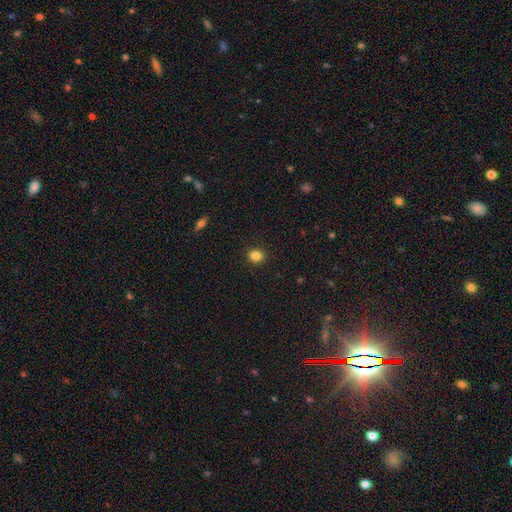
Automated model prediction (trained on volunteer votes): Smooth or featured?
  - smooth: 83% *
  - star or artifact: 12%
  - featured or disk: 5%
How rounded?
  - round: 84% *
  - in between: 15%
  - cigar-shaped: 1%
Merging?
  - none: 91% *
  - minor disturbance: 6%
  - major disturbance: 2%
  - merger: 1%